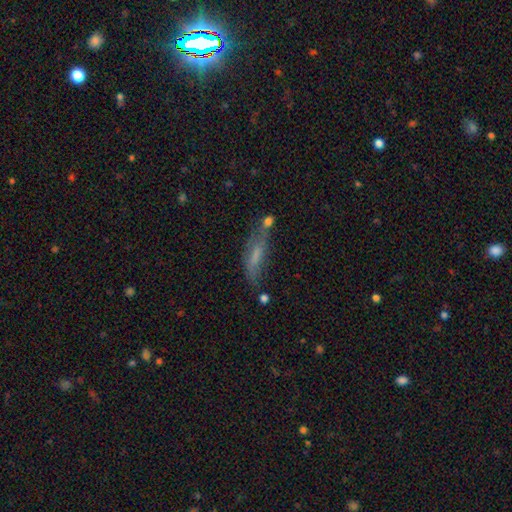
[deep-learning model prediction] A smooth galaxy with no disk features (53%) that is cigar-shaped (63%). Merging: none (47%).